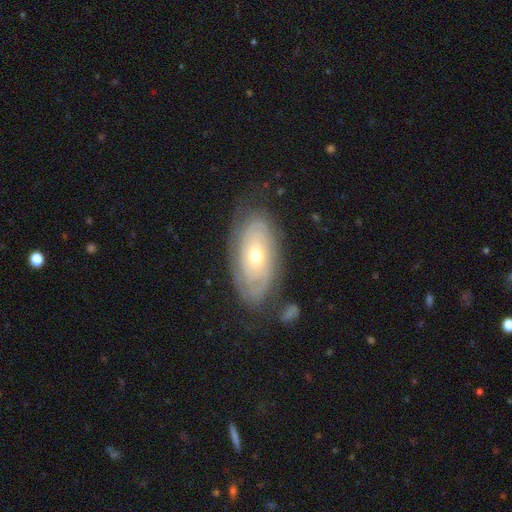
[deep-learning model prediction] A featured or disk galaxy (73%) with no bar (82%), tight (78%) spiral arms (80%) and a moderate central bulge (48%, tied with small).

Vote fractions:
- Smooth or featured? featured or disk: 73% / smooth: 20% / star or artifact: 6%
- Edge-on disk? no: 92% / yes: 8%
- Bar? no: 82% / weak: 14% / strong: 4%
- Spiral arms? yes: 80% / no: 20%
- Spiral winding? tight: 78% / medium: 16% / loose: 6%
- Spiral arm count? can't tell: 55% / 2: 22% / 3: 9% / 4: 5% / 1: 5% / more than 4: 4%
- Bulge size? moderate: 48% (tied) / small: 48% (tied) / large: 2% / dominant: 1% / none: 1%
- Merging? none: 72% / minor disturbance: 18% / major disturbance: 7% / merger: 3%